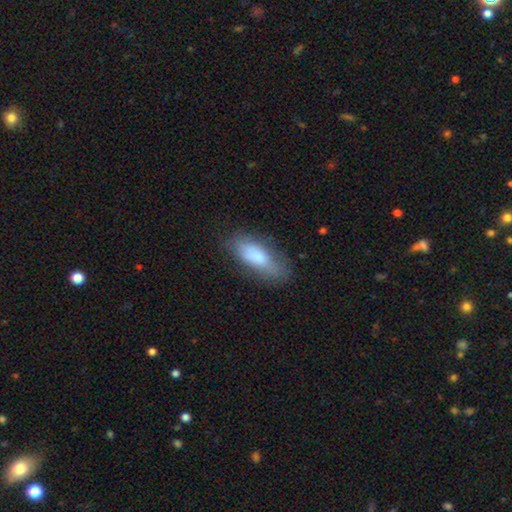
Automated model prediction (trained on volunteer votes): smooth_or_featured: smooth (p=0.78) [alt: featured or disk p=0.15]
how_rounded: in between (p=0.79) [alt: cigar-shaped p=0.19]
merging: none (p=0.63) [alt: minor disturbance p=0.25]